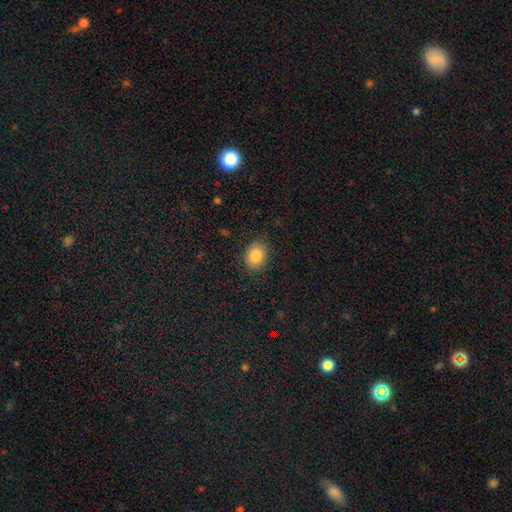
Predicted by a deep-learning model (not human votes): Smooth or featured? Predicted: smooth (p=0.85). How rounded? Predicted: round (p=0.52). Merging? Predicted: none (p=0.85).